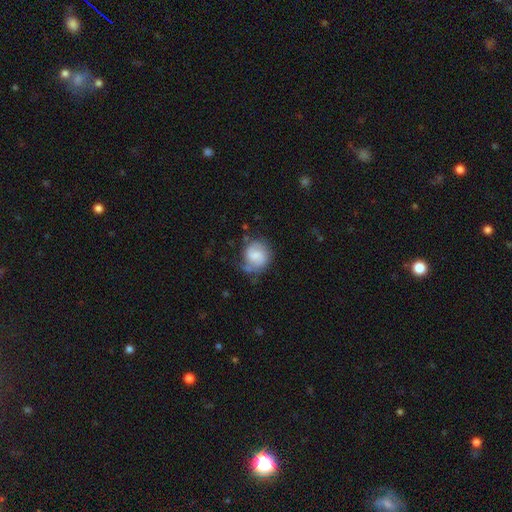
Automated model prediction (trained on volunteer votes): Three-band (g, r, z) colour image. It shows a featured or disk galaxy (53%) with a weak bar (51%), spiral arms (87%) and a small central bulge (31%, tied with moderate). Merging: none (59%).